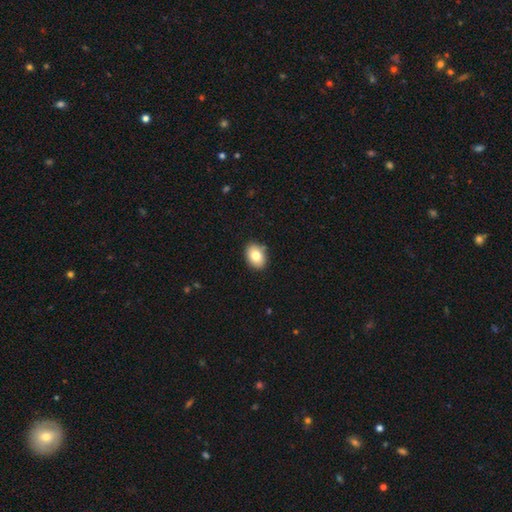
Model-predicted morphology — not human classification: A smooth galaxy with no disk features (80%) that is in between round and cigar-shaped (75%).

Vote fractions:
- Smooth or featured? smooth: 80% / featured or disk: 12% / star or artifact: 8%
- How rounded? in between: 75% / round: 24% / cigar-shaped: 1%
- Merging? none: 86% / minor disturbance: 10% / major disturbance: 2% / merger: 2%